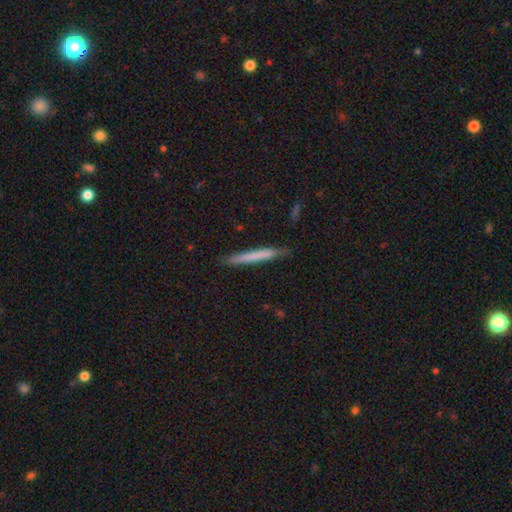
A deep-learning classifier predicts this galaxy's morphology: Q: Smooth or featured?
A: smooth (65%); runner-up: featured or disk (30%)
Q: How rounded?
A: cigar-shaped (97%); runner-up: in between (2%)
Q: Merging?
A: none (86%); runner-up: minor disturbance (11%)